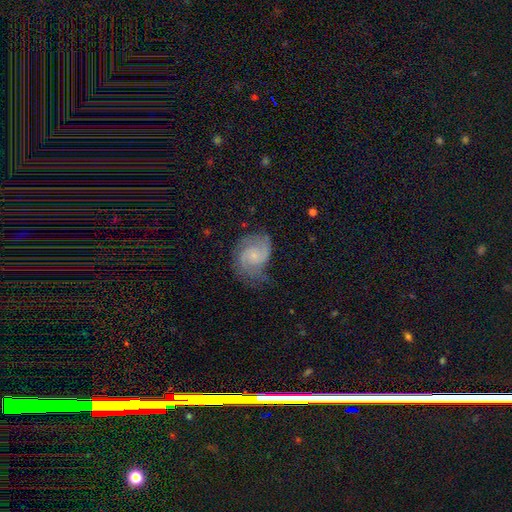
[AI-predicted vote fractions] This is likely a featured or disk galaxy (77%). It is clearly not viewed edge-on (98%). Bar: likely no (66%). Spiral arm pattern: clearly yes (95%). Spiral arm count: likely 2 (76%). Spiral winding: possibly medium (48%). Central bulge: likely small (68%). Merging: likely none (62%).